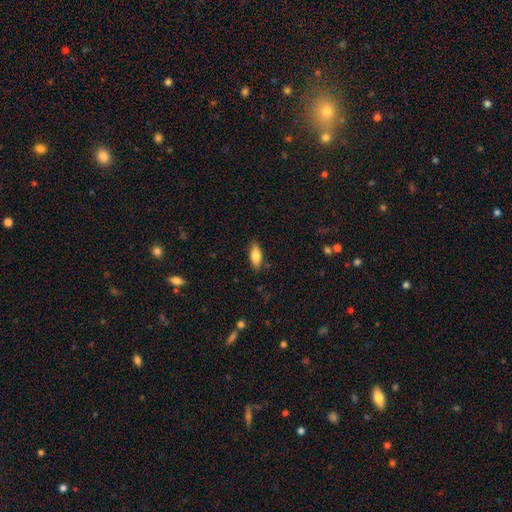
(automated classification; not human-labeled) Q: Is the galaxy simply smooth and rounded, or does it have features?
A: smooth — 79%.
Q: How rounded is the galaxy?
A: in between — 79%.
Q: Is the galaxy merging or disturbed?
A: none — 83%.